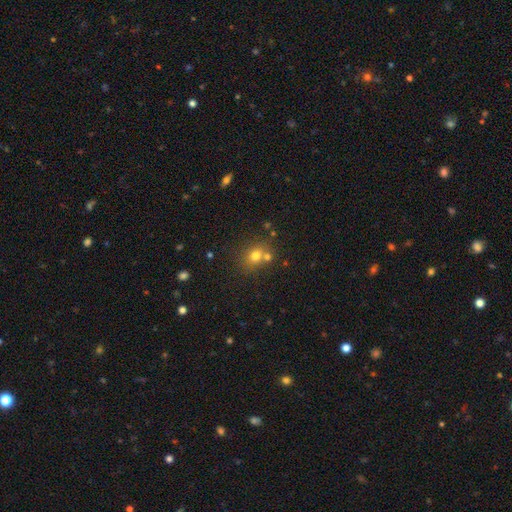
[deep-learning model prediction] Q: Smooth or featured?
A: smooth (72%); runner-up: star or artifact (16%)
Q: How rounded?
A: round (71%); runner-up: in between (28%)
Q: Merging?
A: none (59%); runner-up: merger (27%)